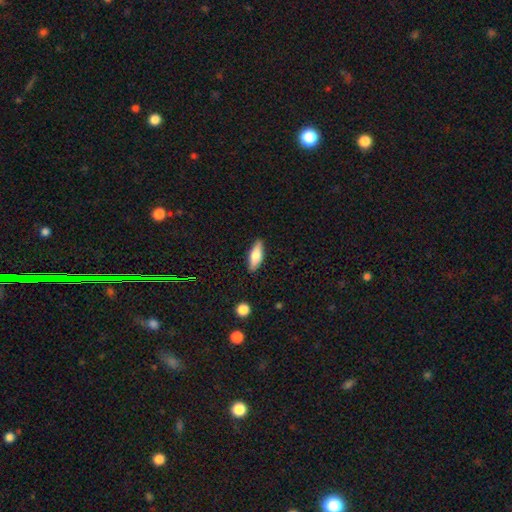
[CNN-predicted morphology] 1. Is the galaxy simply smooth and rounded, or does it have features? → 70% smooth, 23% featured or disk, 7% star or artifact.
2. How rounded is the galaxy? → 61% in between, 36% cigar-shaped, 2% round.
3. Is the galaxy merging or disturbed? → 86% none, 11% minor disturbance, 2% major disturbance, 1% merger.